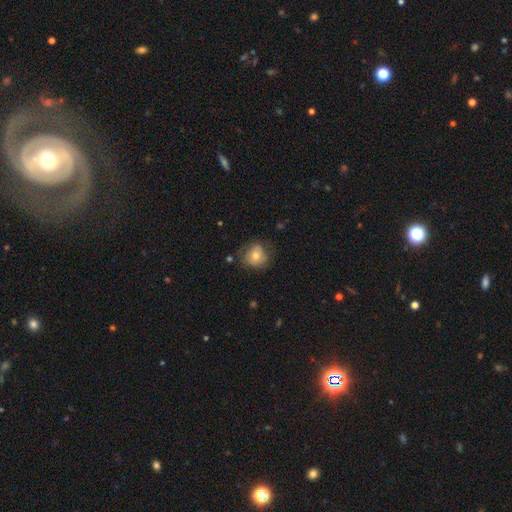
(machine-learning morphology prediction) A smooth galaxy with no disk features (67%) that is round (74%).

Vote fractions:
- Smooth or featured? smooth: 67% / featured or disk: 24% / star or artifact: 9%
- How rounded? round: 74% / in between: 25% / cigar-shaped: 1%
- Merging? none: 59% / minor disturbance: 27% / major disturbance: 12% / merger: 2%